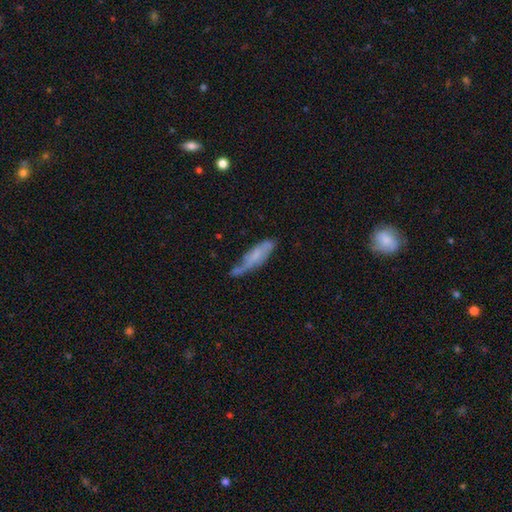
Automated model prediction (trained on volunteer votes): Smooth or featured?
  - featured or disk: 52% *
  - smooth: 40%
  - star or artifact: 8%
Edge-on disk?
  - no: 72% *
  - yes: 28%
Merging?
  - none: 46% *
  - minor disturbance: 33%
  - major disturbance: 16%
  - merger: 6%